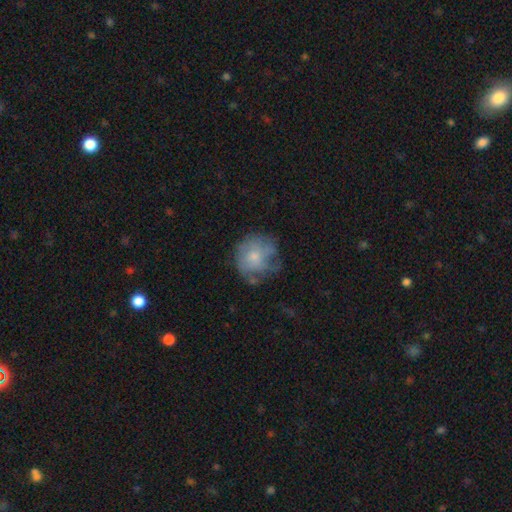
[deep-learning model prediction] Morphology: type=smooth (54%); roundness=round (83%); merging=none (48%).